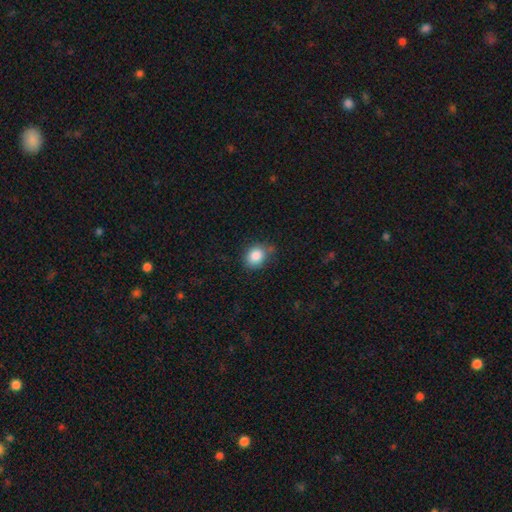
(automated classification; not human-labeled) Smooth or featured? Predicted: smooth (p=0.86). How rounded? Predicted: round (p=0.52). Merging? Predicted: none (p=0.67).